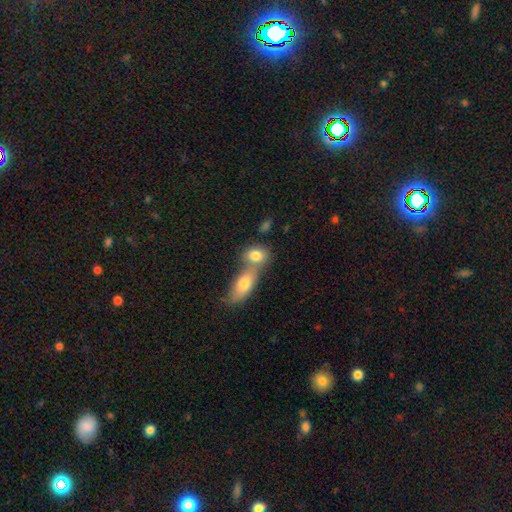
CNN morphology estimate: Smooth or featured?
  - smooth: 80% *
  - featured or disk: 13%
  - star or artifact: 7%
How rounded?
  - in between: 69% *
  - round: 27%
  - cigar-shaped: 4%
Merging?
  - merger: 56% *
  - none: 32%
  - minor disturbance: 8%
  - major disturbance: 3%